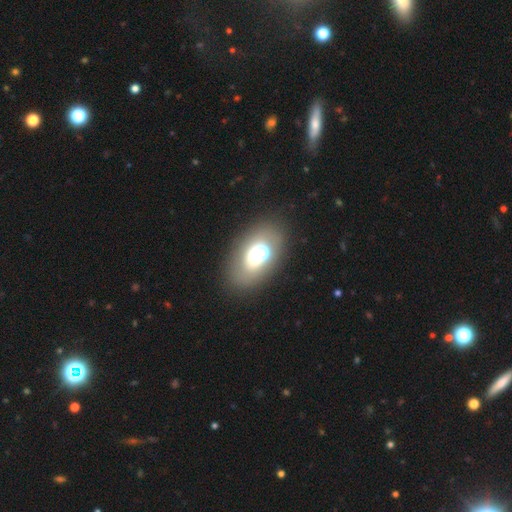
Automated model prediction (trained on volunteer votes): smooth-or-featured: smooth: 50% | featured or disk: 31% | star or artifact: 19%
  merging: none: 74% | minor disturbance: 12% | major disturbance: 8% | merger: 5%